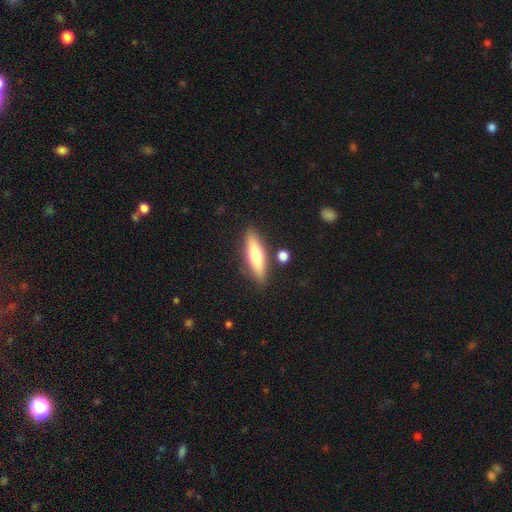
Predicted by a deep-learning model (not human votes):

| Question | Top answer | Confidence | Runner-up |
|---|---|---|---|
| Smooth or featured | smooth | 59% | featured or disk (34%) |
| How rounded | cigar-shaped | 63% | in between (34%) |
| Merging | none | 82% | minor disturbance (11%) |